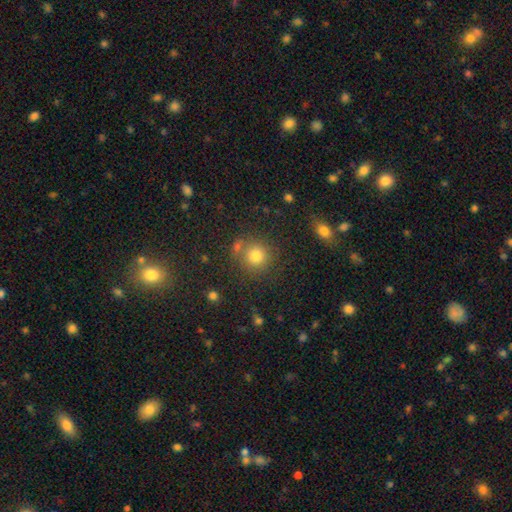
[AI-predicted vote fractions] The model was most divided on "smooth or featured": smooth: 77%, star or artifact: 15%, featured or disk: 8%. More confident: how rounded — round (90%); merging — none (75%).